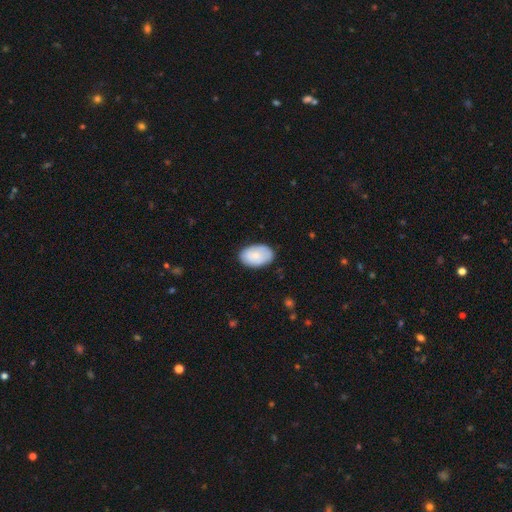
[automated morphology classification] This appears to be a smooth galaxy with no disk features (78%) that is in between round and cigar-shaped (92%). Merging: none (83%).